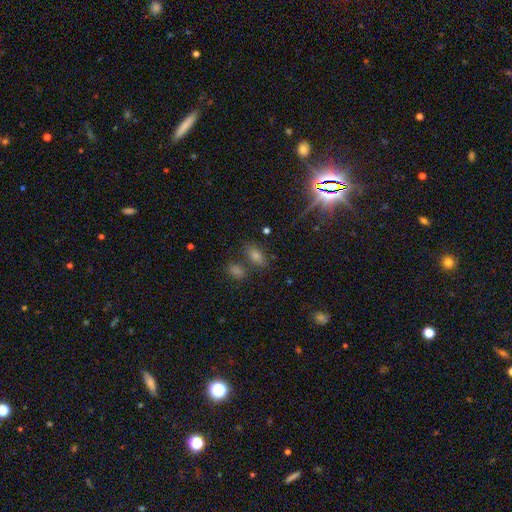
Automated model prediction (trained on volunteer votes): Smooth or featured?
  - smooth: 51% *
  - star or artifact: 37%
  - featured or disk: 12%
How rounded?
  - in between: 84% *
  - round: 9%
  - cigar-shaped: 7%
Merging?
  - none: 73% *
  - merger: 12%
  - minor disturbance: 11%
  - major disturbance: 4%